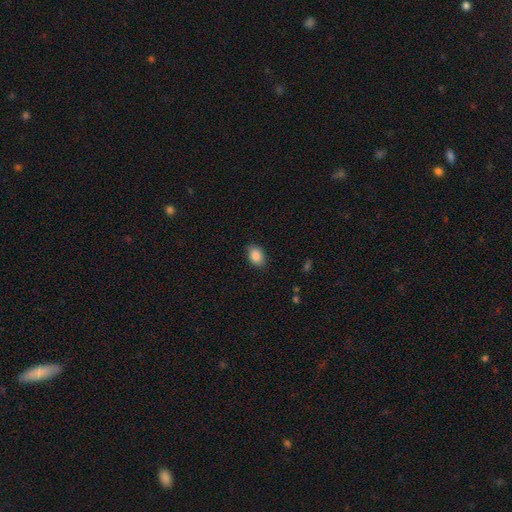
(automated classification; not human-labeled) A smooth galaxy with no disk features (87%) that is in between round and cigar-shaped (81%).

Vote fractions:
- Smooth or featured? smooth: 87% / star or artifact: 8% / featured or disk: 5%
- How rounded? in between: 81% / round: 18% / cigar-shaped: 1%
- Merging? none: 84% / minor disturbance: 13% / major disturbance: 3% / merger: 1%